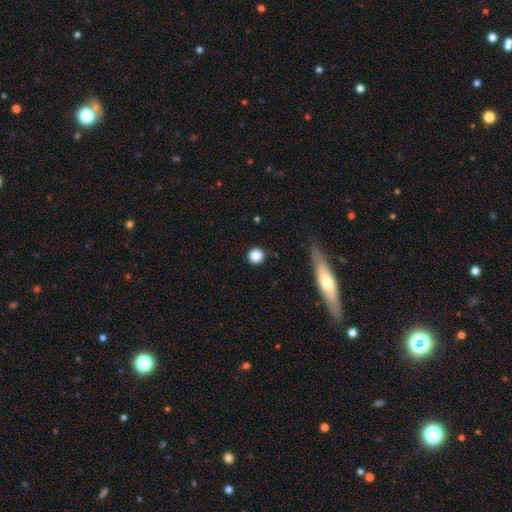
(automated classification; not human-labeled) A smooth galaxy with no disk features (87%) that is round (91%).

Vote fractions:
- Smooth or featured? smooth: 87% / star or artifact: 9% / featured or disk: 4%
- How rounded? round: 91% / in between: 8% / cigar-shaped: 1%
- Merging? none: 90% / minor disturbance: 6% / major disturbance: 2% / merger: 2%